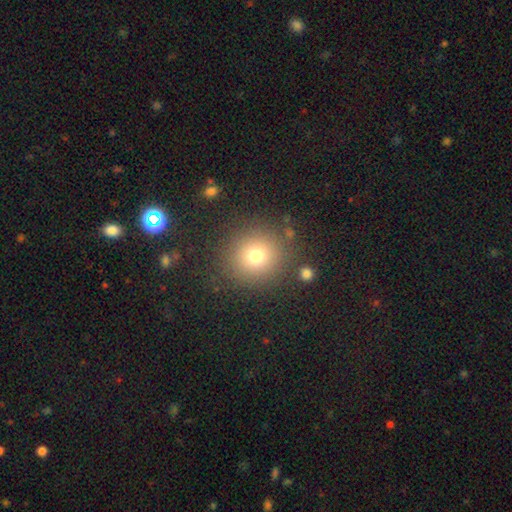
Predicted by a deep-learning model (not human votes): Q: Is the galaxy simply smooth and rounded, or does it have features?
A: smooth — 75%.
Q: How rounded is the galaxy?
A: round — 91%.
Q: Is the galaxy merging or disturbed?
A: none — 85%.